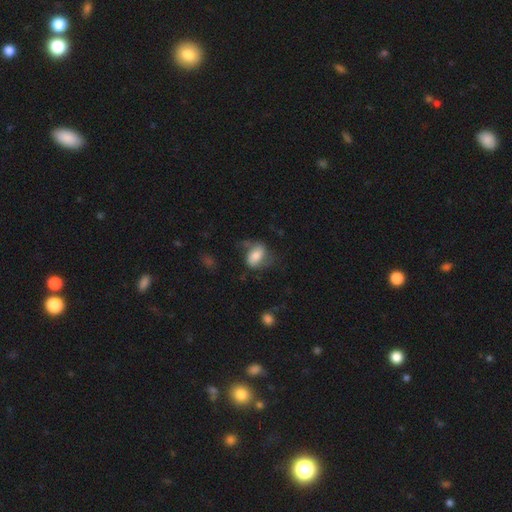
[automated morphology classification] Smooth or featured? smooth (55%)
How rounded? in between (79%)
Merging? none (46%)